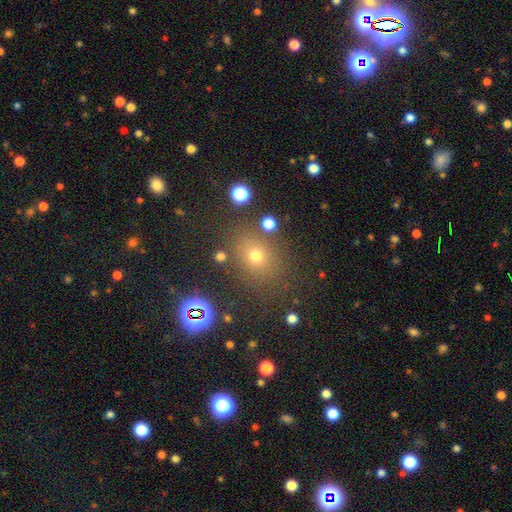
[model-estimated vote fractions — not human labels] The model was most divided on "smooth or featured": smooth: 62%, star or artifact: 27%, featured or disk: 11%. More confident: merging — none (80%); how rounded — round (68%).